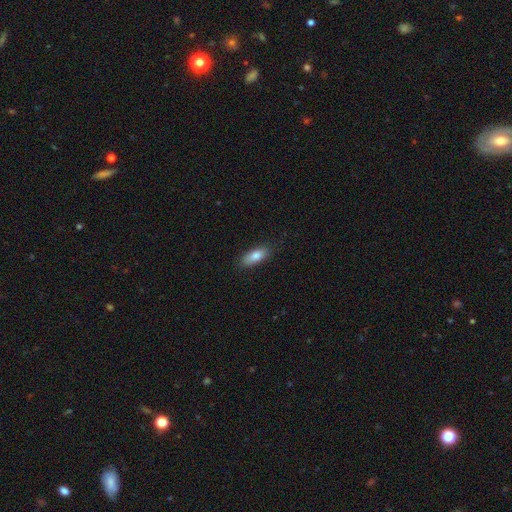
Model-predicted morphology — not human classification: A smooth galaxy with no disk features (81%) that is in between round and cigar-shaped (77%). Merging: none (82%).